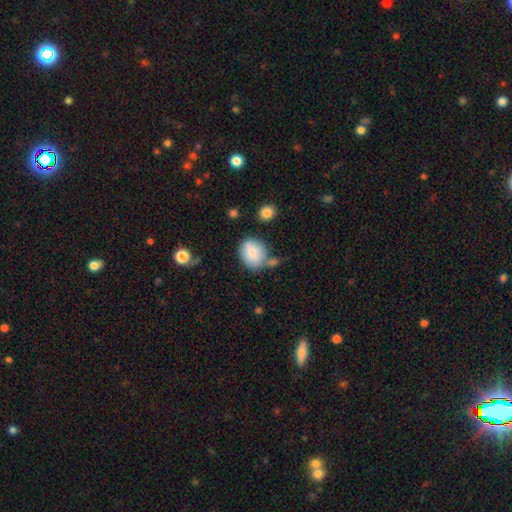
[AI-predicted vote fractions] Overall: smooth (77%). How rounded: round (64%; in between 35%). Merging: none (57%; minor disturbance 20%).